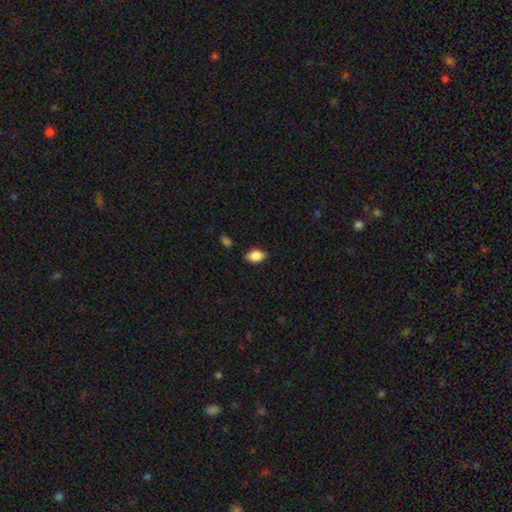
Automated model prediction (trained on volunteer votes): smooth_or_featured: smooth (p=0.80) [alt: featured or disk p=0.12]
how_rounded: in between (p=0.80) [alt: round p=0.17]
merging: none (p=0.78) [alt: minor disturbance p=0.17]